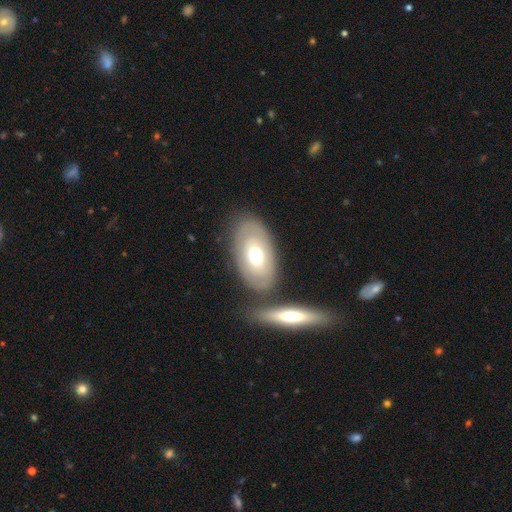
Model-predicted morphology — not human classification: A featured or disk galaxy (48%).

Vote fractions:
- Smooth or featured? featured or disk: 48% / smooth: 46% / star or artifact: 6%
- Merging? none: 69% / minor disturbance: 14% / merger: 13% / major disturbance: 4%